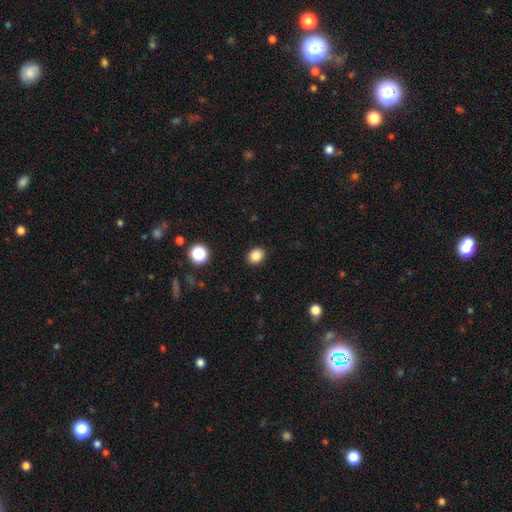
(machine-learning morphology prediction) This is clearly a smooth galaxy (84%). How rounded: likely round (62%). Merging: clearly none (91%).